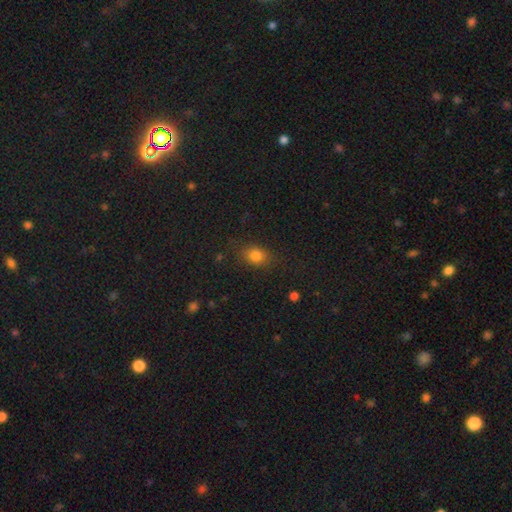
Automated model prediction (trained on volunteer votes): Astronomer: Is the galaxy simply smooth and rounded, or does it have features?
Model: smooth — 80%.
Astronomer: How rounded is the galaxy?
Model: in between — 57% (runner-up: round, 41%).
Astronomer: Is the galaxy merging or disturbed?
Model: none — 79%.